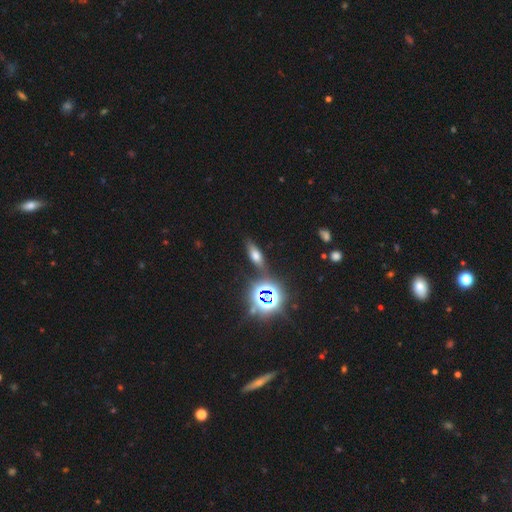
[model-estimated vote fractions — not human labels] Smooth or featured: smooth — 48% (star or artifact — 30%)
Merging: none — 80% (minor disturbance — 12%)